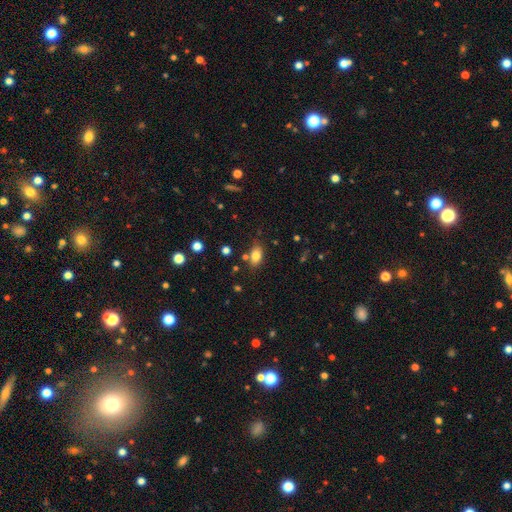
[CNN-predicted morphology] smooth-or-featured: smooth: 80% | star or artifact: 10% | featured or disk: 9%
  how-rounded: in between: 85% | round: 12% | cigar-shaped: 3%
  merging: none: 75% | minor disturbance: 15% | merger: 7% | major disturbance: 4%